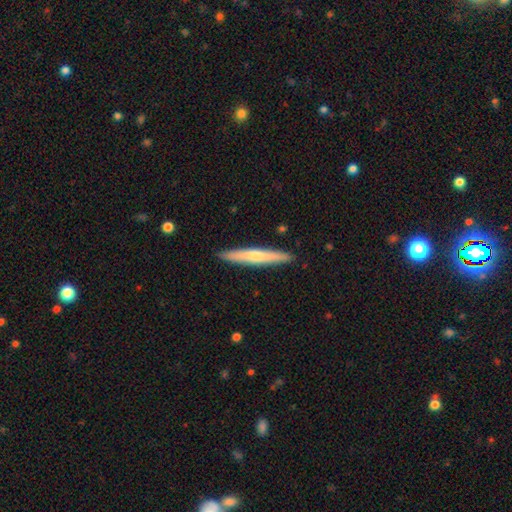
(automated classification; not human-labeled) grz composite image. It shows a featured or disk galaxy (52%) viewed edge-on (95%). Merging: none (91%).